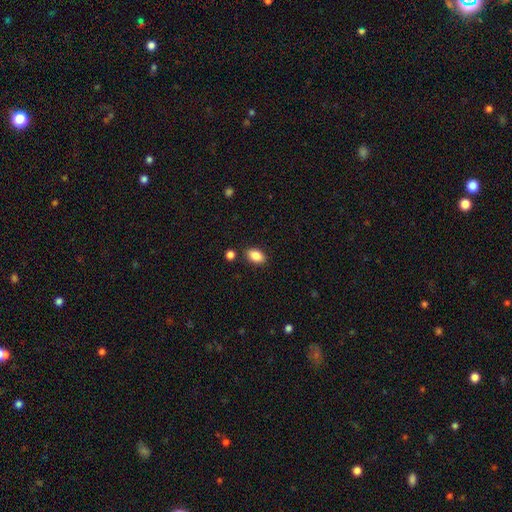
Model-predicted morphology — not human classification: smooth_or_featured: smooth (p=0.87) [alt: star or artifact p=0.08]
how_rounded: in between (p=0.88) [alt: round p=0.10]
merging: none (p=0.85) [alt: minor disturbance p=0.09]